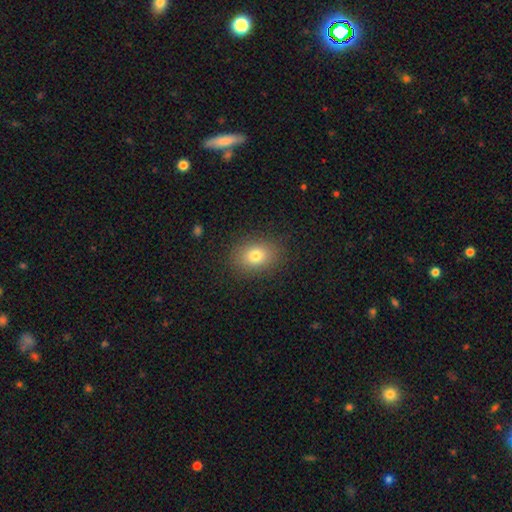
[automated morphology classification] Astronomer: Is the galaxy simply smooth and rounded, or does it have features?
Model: smooth — 78%.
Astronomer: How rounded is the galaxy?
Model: in between — 66%.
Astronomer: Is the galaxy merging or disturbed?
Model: none — 86%.